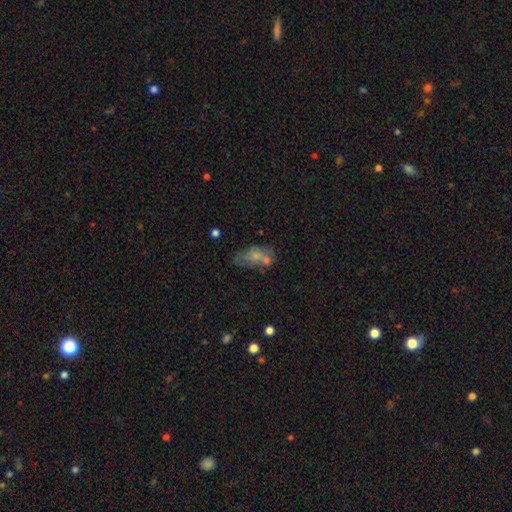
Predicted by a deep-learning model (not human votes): Smooth or featured?
  - smooth: 47% *
  - featured or disk: 34%
  - star or artifact: 19%
Merging?
  - none: 47% *
  - minor disturbance: 21%
  - merger: 21%
  - major disturbance: 11%